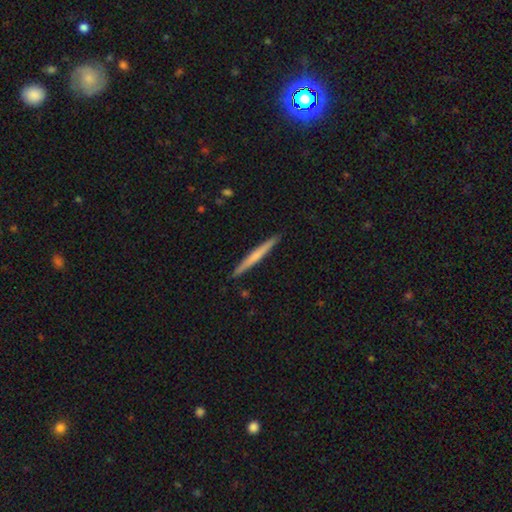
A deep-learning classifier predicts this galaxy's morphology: This appears to be a smooth galaxy with no disk features (50%) that is cigar-shaped (97%). Merging: none (92%).